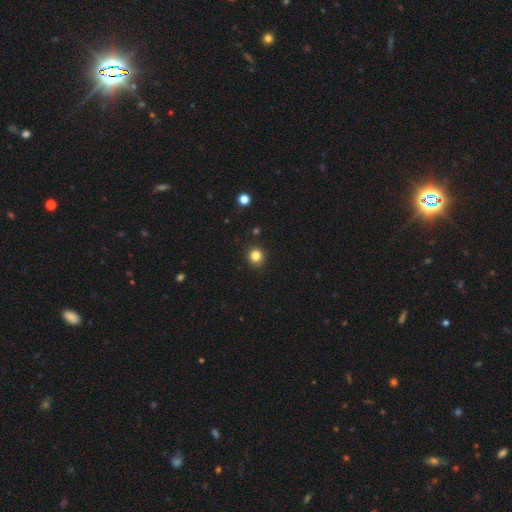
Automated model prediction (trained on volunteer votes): Q: Smooth or featured?
A: smooth (83%); runner-up: star or artifact (13%)
Q: How rounded?
A: round (91%); runner-up: in between (8%)
Q: Merging?
A: none (92%); runner-up: minor disturbance (5%)